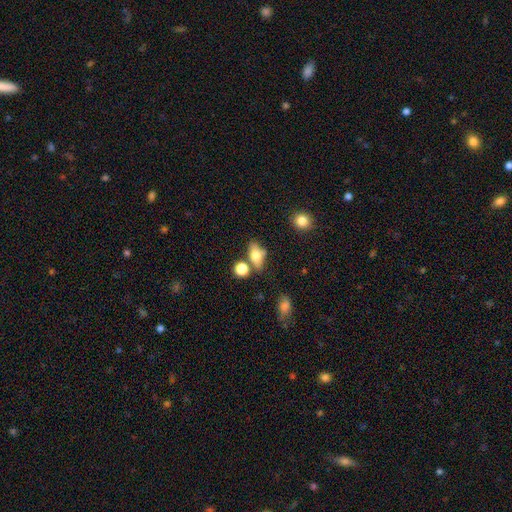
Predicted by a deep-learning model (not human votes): smooth_or_featured: smooth (p=0.66) [alt: featured or disk p=0.24]
how_rounded: in between (p=0.75) [alt: round p=0.14]
merging: none (p=0.62) [alt: merger p=0.16]